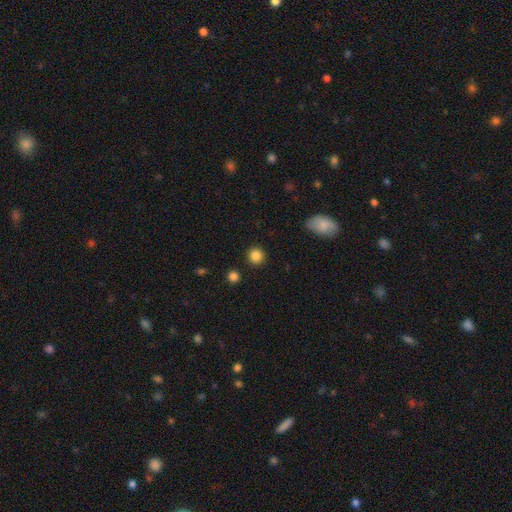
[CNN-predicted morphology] Overall: smooth (86%). How rounded: round (92%). Merging: none (91%).